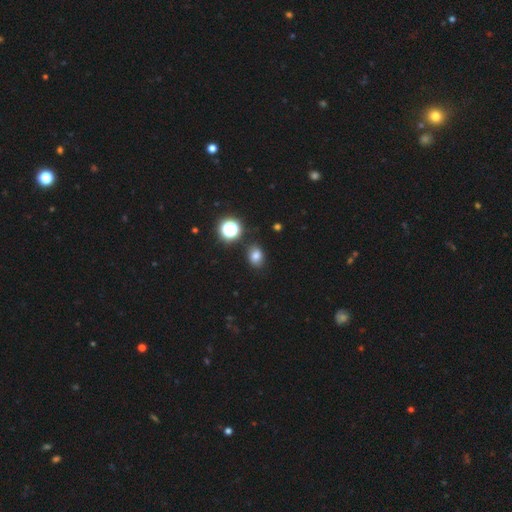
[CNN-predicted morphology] The model was most divided on "how rounded": in between: 61%, round: 38%, cigar-shaped: 1%. More confident: merging — none (83%); smooth or featured — smooth (76%).